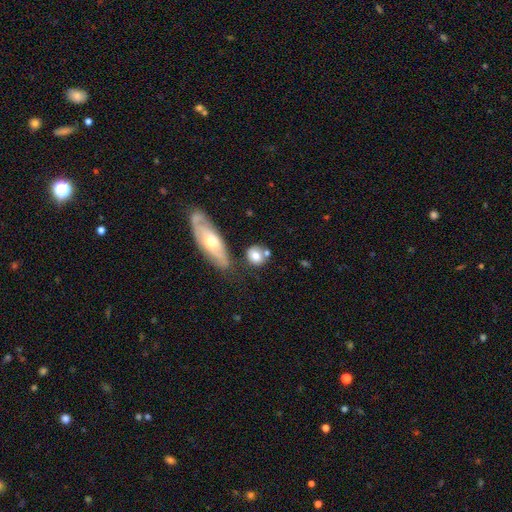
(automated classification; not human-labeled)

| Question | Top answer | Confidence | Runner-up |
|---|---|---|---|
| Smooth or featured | smooth | 73% | featured or disk (20%) |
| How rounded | round | 70% | in between (26%) |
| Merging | none | 61% | merger (18%) |